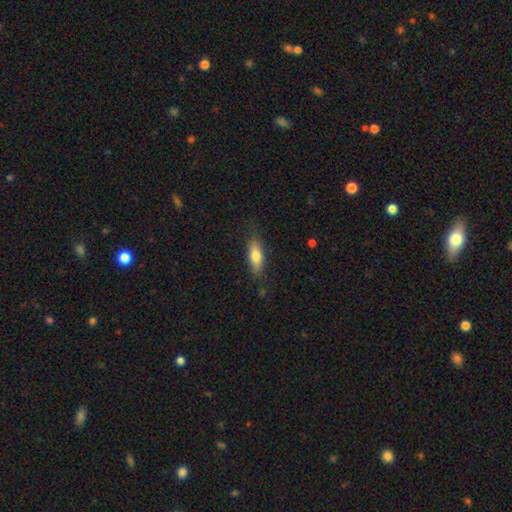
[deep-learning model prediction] Overall: smooth (74%). How rounded: in between (65%; cigar-shaped 32%). Merging: none (81%).